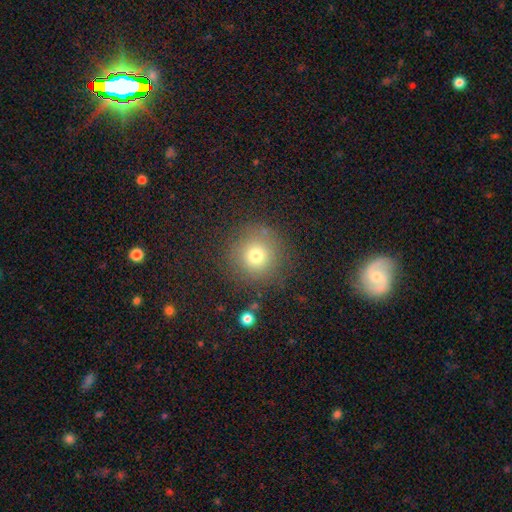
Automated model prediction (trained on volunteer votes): smooth_or_featured: smooth (p=0.73) [alt: star or artifact p=0.17]
how_rounded: round (p=0.95) [alt: in between p=0.04]
merging: none (p=0.84) [alt: minor disturbance p=0.09]